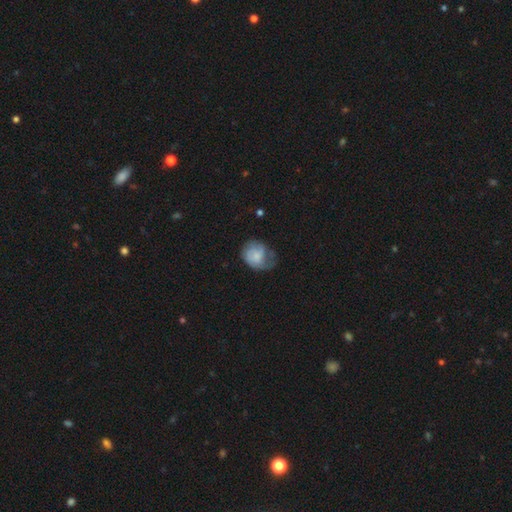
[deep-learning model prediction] Q: Smooth or featured?
A: smooth (58%); runner-up: featured or disk (34%)
Q: How rounded?
A: round (57%); runner-up: in between (42%)
Q: Merging?
A: none (36%); runner-up: minor disturbance (33%)